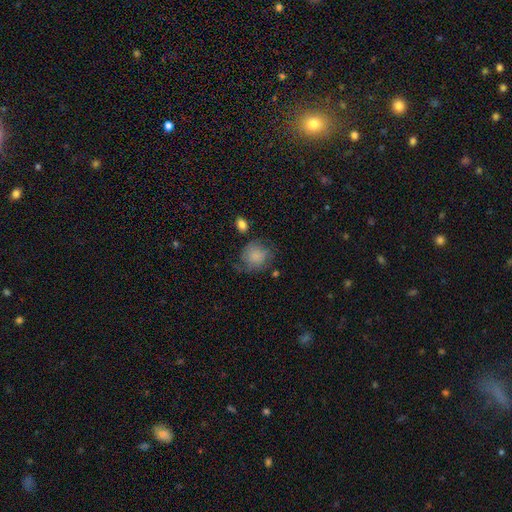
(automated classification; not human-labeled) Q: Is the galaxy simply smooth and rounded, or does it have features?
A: smooth — 71%.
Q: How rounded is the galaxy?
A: round — 74%.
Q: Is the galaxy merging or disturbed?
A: none — 50%.